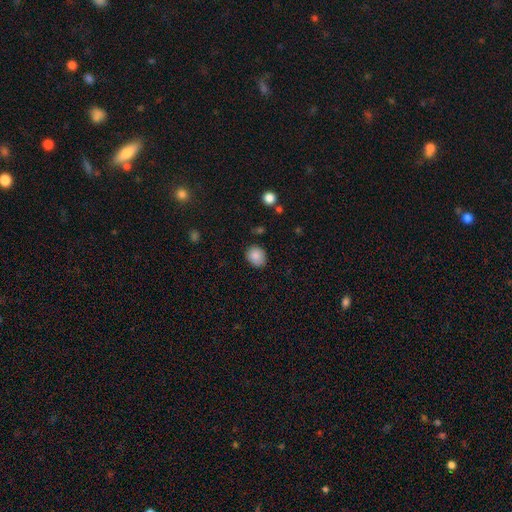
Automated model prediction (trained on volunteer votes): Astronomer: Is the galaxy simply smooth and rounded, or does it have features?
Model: smooth — 87%.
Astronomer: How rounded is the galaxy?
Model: round — 64%.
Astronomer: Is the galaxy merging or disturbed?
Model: none — 82%.